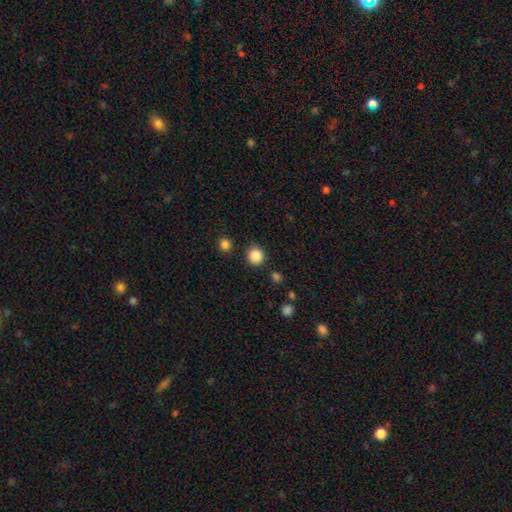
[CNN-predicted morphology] This is clearly a smooth galaxy (86%). How rounded: clearly round (92%). Merging: clearly none (88%).